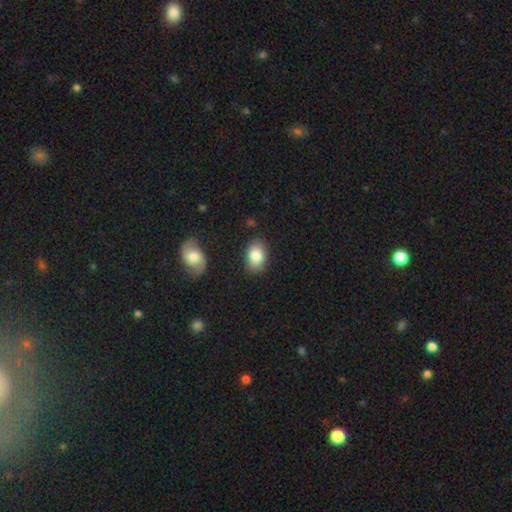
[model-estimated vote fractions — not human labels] smooth 85%, featured or disk 8%, star or artifact 7%. Down the decision tree: how rounded — in between (85%); merging — none (82%).